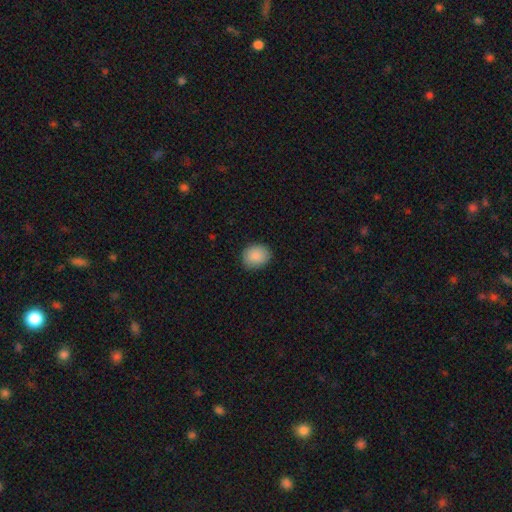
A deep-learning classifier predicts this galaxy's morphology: This appears to be a smooth galaxy with no disk features (89%) that is round (56%). Merging: none (85%).